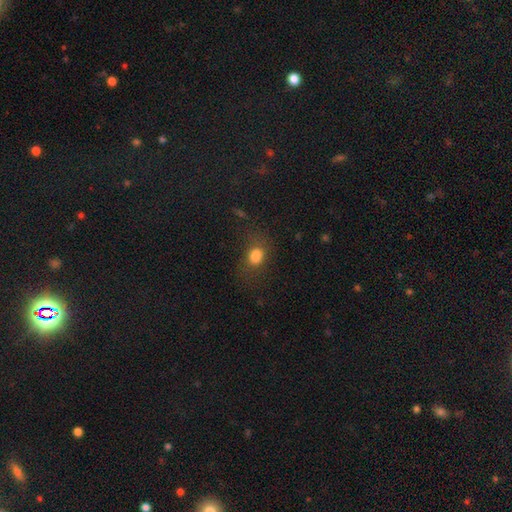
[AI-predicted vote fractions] A smooth galaxy with no disk features (78%) that is in between round and cigar-shaped (61%).

Vote fractions:
- Smooth or featured? smooth: 78% / star or artifact: 13% / featured or disk: 9%
- How rounded? in between: 61% / round: 37% / cigar-shaped: 2%
- Merging? none: 60% / minor disturbance: 21% / major disturbance: 15% / merger: 4%